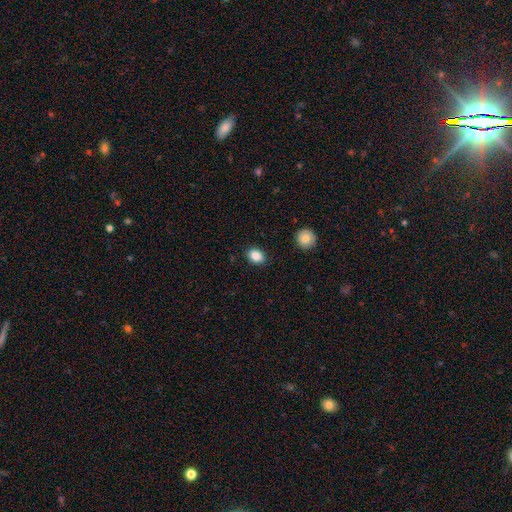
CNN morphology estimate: type=smooth (87%); roundness=in between (63%); merging=none (87%).